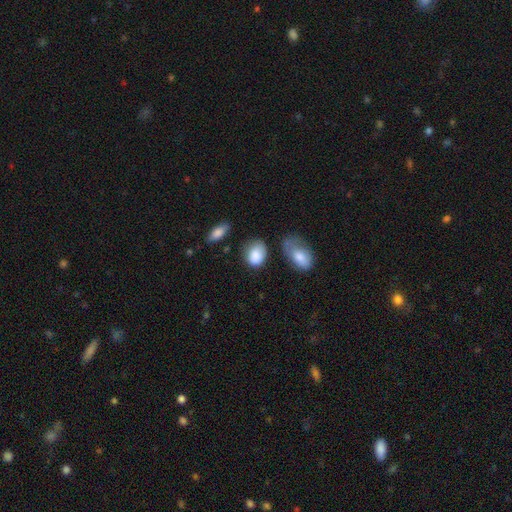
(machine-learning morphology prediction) Smooth or featured? smooth (85%)
How rounded? in between (71%)
Merging? none (47%)